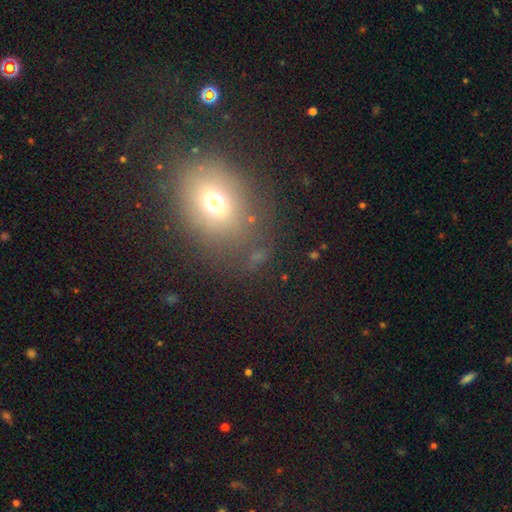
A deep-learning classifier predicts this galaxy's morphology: smooth_or_featured: smooth (p=0.58) [alt: star or artifact p=0.26]
how_rounded: round (p=0.49) [alt: in between p=0.48]
merging: none (p=0.69) [alt: minor disturbance p=0.15]